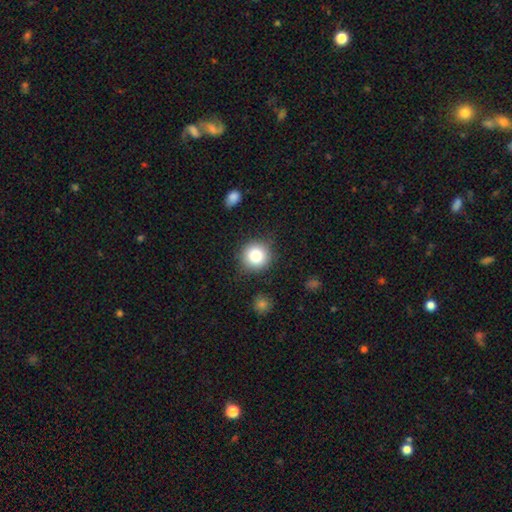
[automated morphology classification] Overall: smooth (82%). How rounded: round (93%). Merging: none (86%).